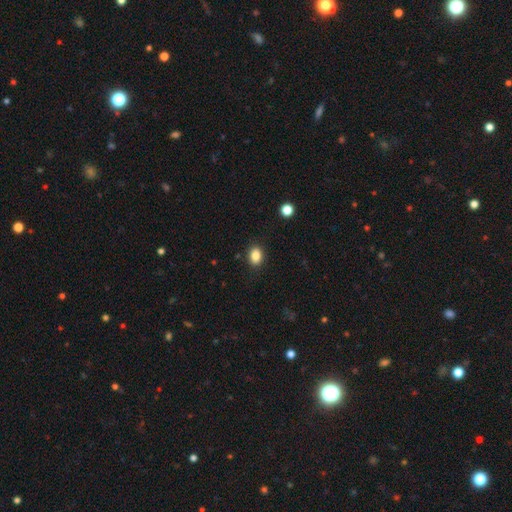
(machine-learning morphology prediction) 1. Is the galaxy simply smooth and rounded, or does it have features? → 86% smooth, 9% star or artifact, 5% featured or disk.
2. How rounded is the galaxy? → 76% in between, 23% round, 1% cigar-shaped.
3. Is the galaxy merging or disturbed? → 88% none, 9% minor disturbance, 2% major disturbance, 1% merger.